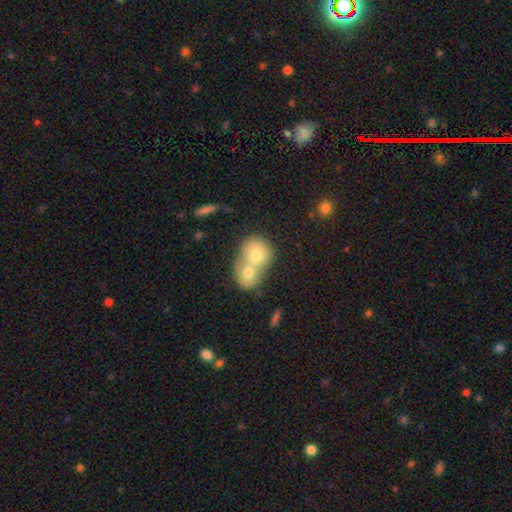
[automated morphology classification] Smooth or featured: smooth — 66% (featured or disk — 25%)
How rounded: round — 64% (in between — 35%)
Merging: merger — 77% (none — 16%)